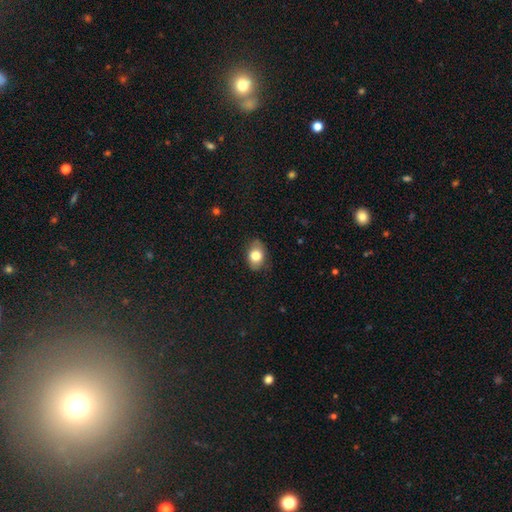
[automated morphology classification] Smooth or featured? Predicted: smooth (p=0.77). How rounded? Predicted: in between (p=0.80). Merging? Predicted: none (p=0.79).